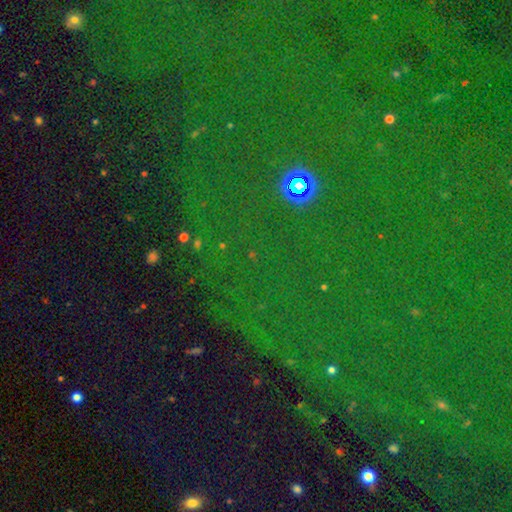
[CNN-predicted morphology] smooth_or_featured: star or artifact (p=0.81) [alt: smooth p=0.12]